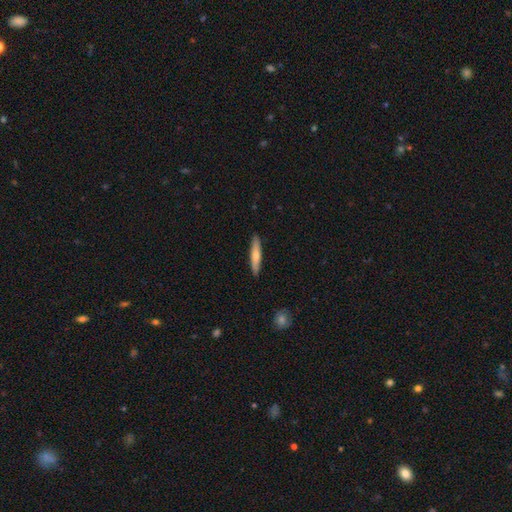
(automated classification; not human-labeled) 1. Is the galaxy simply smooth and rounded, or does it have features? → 63% smooth, 31% featured or disk, 5% star or artifact.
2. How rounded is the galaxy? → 90% cigar-shaped, 9% in between, 1% round.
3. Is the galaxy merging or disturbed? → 91% none, 7% minor disturbance, 1% major disturbance, 1% merger.